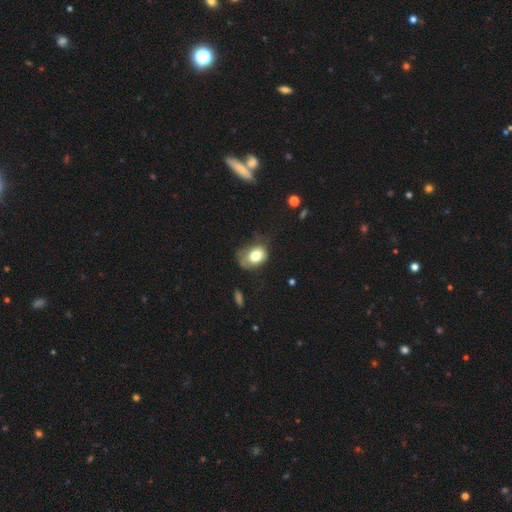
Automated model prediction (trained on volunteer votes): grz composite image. It shows a smooth galaxy with no disk features (74%) that is in between round and cigar-shaped (62%). Merging: minor disturbance (36%).